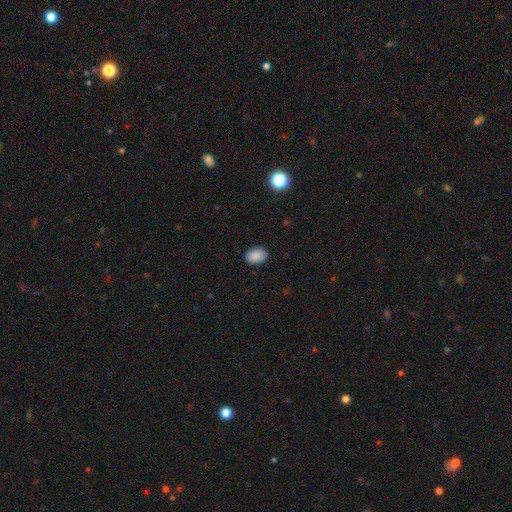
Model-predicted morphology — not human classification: type=smooth (89%); roundness=in between (84%); merging=none (88%).